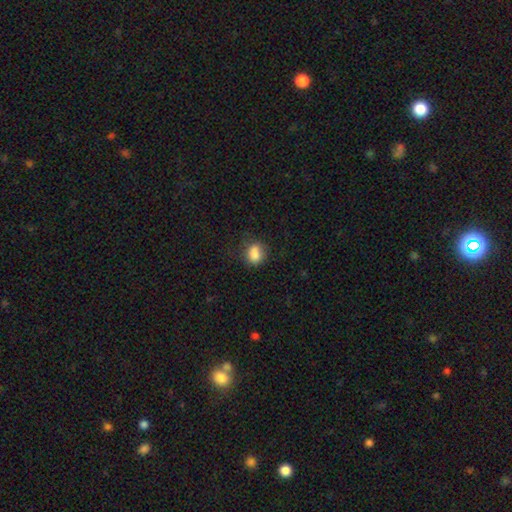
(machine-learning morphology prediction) Smooth or featured?
  - smooth: 85% *
  - star or artifact: 9%
  - featured or disk: 6%
How rounded?
  - in between: 53% *
  - round: 46%
  - cigar-shaped: 1%
Merging?
  - none: 65% *
  - minor disturbance: 24%
  - major disturbance: 8%
  - merger: 2%